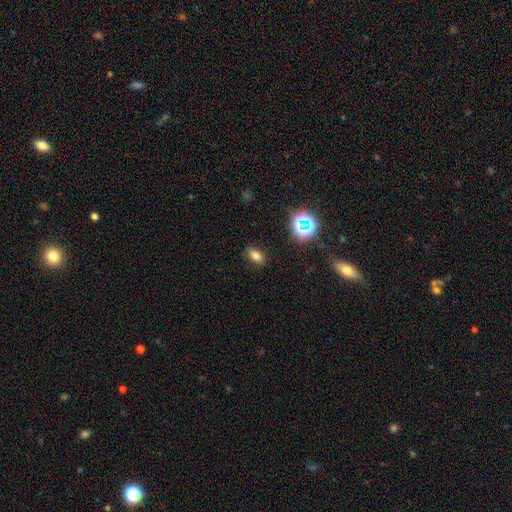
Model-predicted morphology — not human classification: Smooth or featured: smooth — 71% (star or artifact — 20%)
How rounded: in between — 84% (round — 12%)
Merging: none — 87% (minor disturbance — 9%)